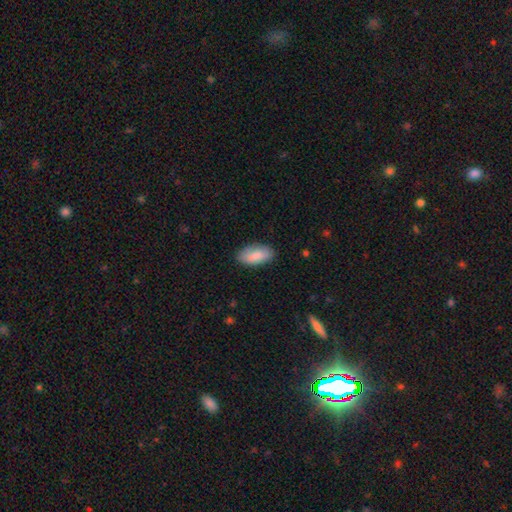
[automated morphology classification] A smooth galaxy with no disk features (83%) that is in between round and cigar-shaped (93%). Merging: none (83%).